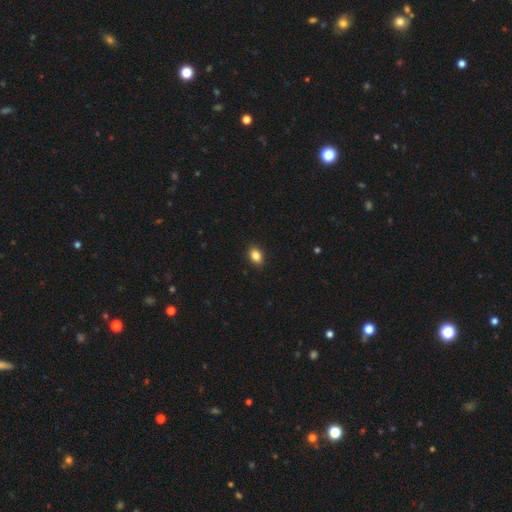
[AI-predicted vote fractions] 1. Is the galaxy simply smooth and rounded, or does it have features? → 86% smooth, 9% star or artifact, 5% featured or disk.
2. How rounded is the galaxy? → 80% in between, 19% round, 1% cigar-shaped.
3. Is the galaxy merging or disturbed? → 90% none, 7% minor disturbance, 2% major disturbance, 1% merger.